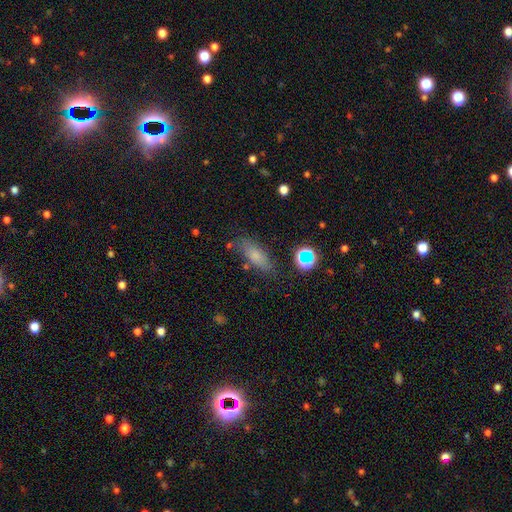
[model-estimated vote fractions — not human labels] Smooth or featured: smooth — 73% (featured or disk — 14%)
How rounded: in between — 68% (cigar-shaped — 27%)
Merging: none — 73% (minor disturbance — 18%)